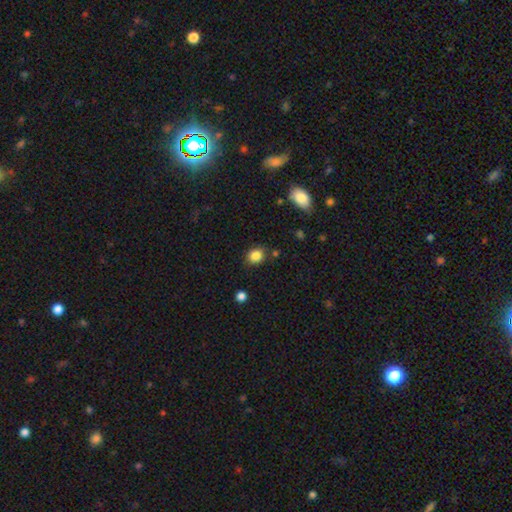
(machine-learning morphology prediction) The model was most divided on "how rounded": round: 65%, in between: 34%, cigar-shaped: 1%. More confident: smooth or featured — smooth (84%); merging — none (81%).